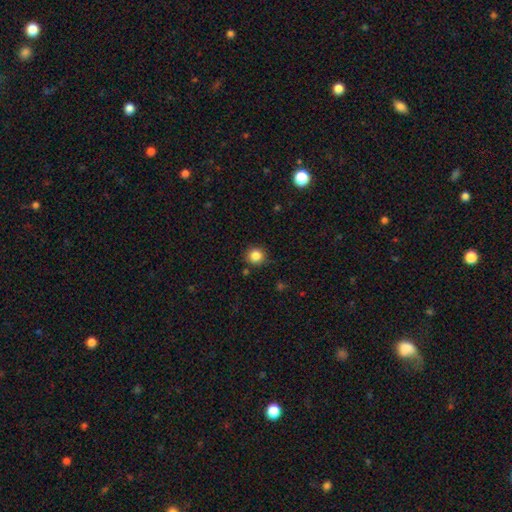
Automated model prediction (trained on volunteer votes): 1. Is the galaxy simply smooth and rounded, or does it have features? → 85% smooth, 11% star or artifact, 4% featured or disk.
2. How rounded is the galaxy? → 92% round, 7% in between, 1% cigar-shaped.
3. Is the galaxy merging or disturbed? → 85% none, 10% minor disturbance, 3% major disturbance, 2% merger.